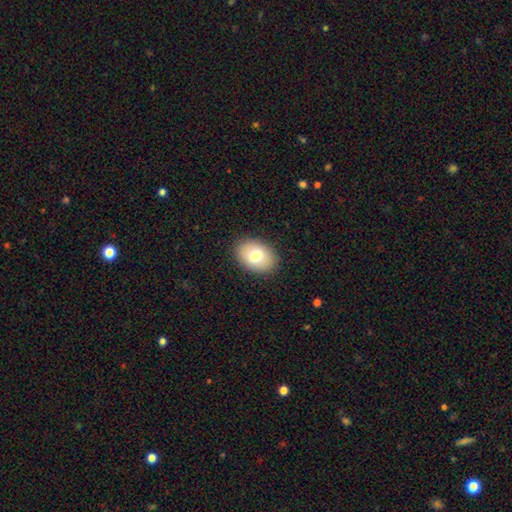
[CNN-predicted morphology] A smooth galaxy with no disk features (76%) that is in between round and cigar-shaped (80%).

Vote fractions:
- Smooth or featured? smooth: 76% / featured or disk: 16% / star or artifact: 8%
- How rounded? in between: 80% / round: 19% / cigar-shaped: 1%
- Merging? none: 88% / minor disturbance: 8% / major disturbance: 2% / merger: 1%